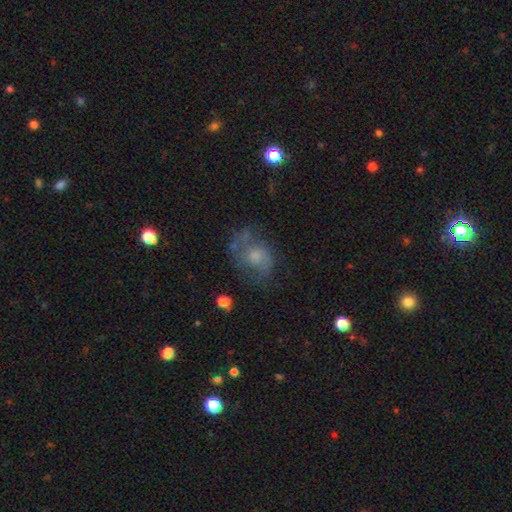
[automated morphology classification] smooth_or_featured: featured or disk (p=0.49) [alt: smooth p=0.31]
merging: none (p=0.59) [alt: minor disturbance p=0.21]